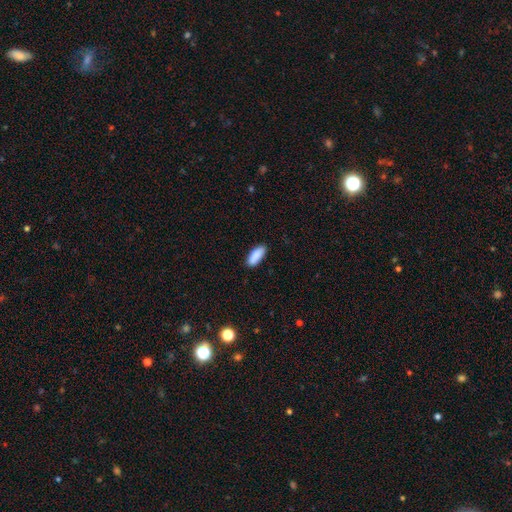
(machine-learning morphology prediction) This is clearly a smooth galaxy (89%). How rounded: likely in between (76%). Merging: clearly none (86%).